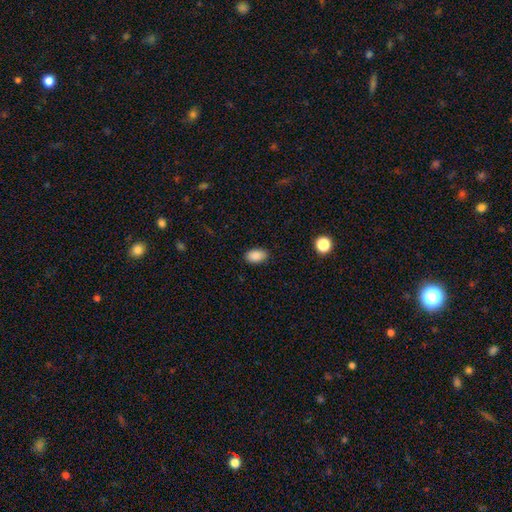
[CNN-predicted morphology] The model was most divided on "merging": none: 86%, minor disturbance: 11%, major disturbance: 2%, merger: 1%. More confident: how rounded — in between (91%); smooth or featured — smooth (88%).